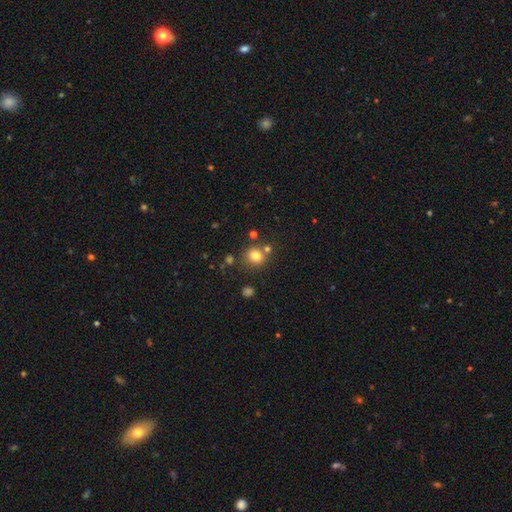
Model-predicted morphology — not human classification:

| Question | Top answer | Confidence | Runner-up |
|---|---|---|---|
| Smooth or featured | smooth | 78% | star or artifact (14%) |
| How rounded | round | 86% | in between (14%) |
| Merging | none | 73% | merger (13%) |